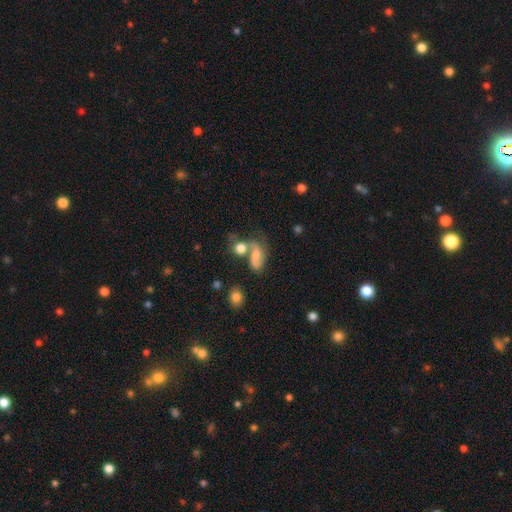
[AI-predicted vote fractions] Smooth or featured: featured or disk — 46% (smooth — 42%)
Merging: merger — 39% (none — 28%)